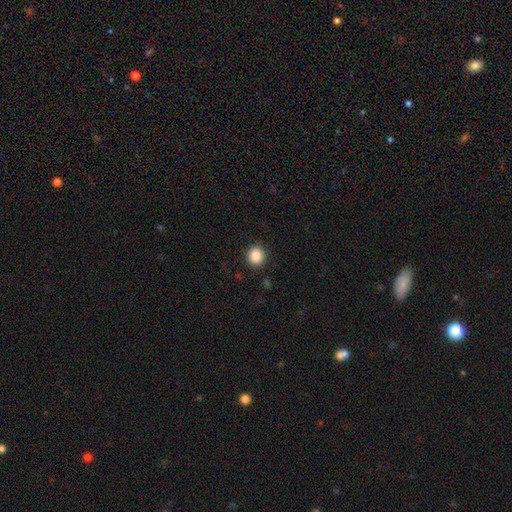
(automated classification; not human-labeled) Smooth or featured: smooth — 87% (star or artifact — 9%)
How rounded: round — 88% (in between — 11%)
Merging: none — 91% (minor disturbance — 6%)